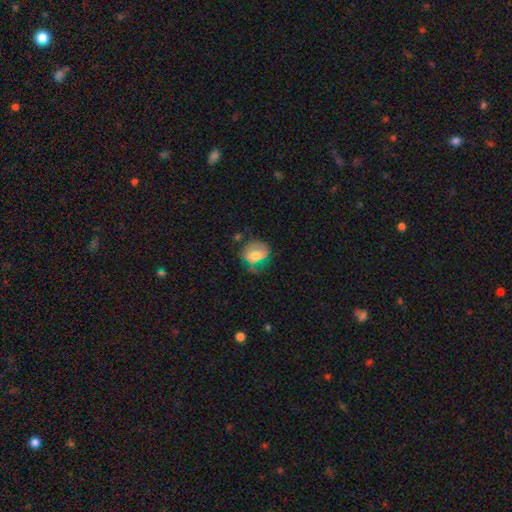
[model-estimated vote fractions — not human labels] A smooth galaxy with no disk features (63%) that is round (58%).

Vote fractions:
- Smooth or featured? smooth: 63% / featured or disk: 29% / star or artifact: 8%
- How rounded? round: 58% / in between: 41% / cigar-shaped: 1%
- Merging? none: 49% / minor disturbance: 30% / major disturbance: 16% / merger: 5%